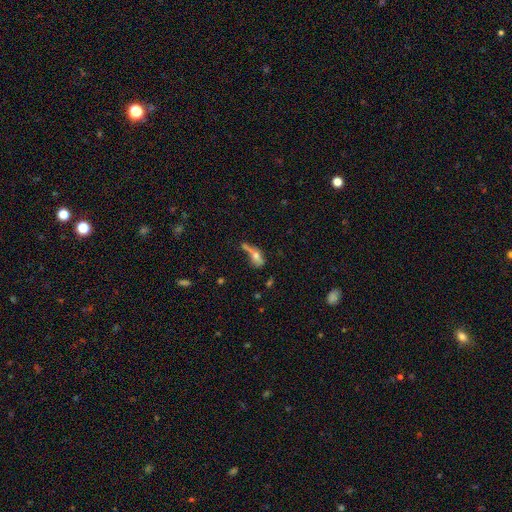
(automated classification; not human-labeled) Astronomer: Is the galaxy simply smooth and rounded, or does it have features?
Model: smooth — 51% (runner-up: featured or disk, 36%).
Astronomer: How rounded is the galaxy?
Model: in between — 56% (runner-up: cigar-shaped, 35%).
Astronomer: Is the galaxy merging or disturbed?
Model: merger — 33% (runner-up: none, 30%).